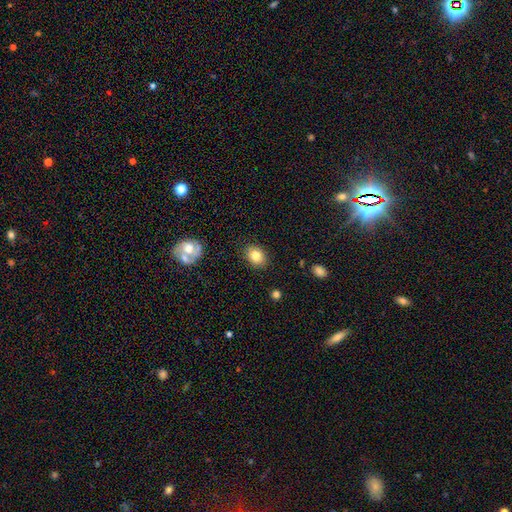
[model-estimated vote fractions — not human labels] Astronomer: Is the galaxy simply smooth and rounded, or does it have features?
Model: smooth — 81%.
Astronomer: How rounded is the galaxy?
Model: in between — 62%.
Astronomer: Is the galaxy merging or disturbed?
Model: none — 86%.